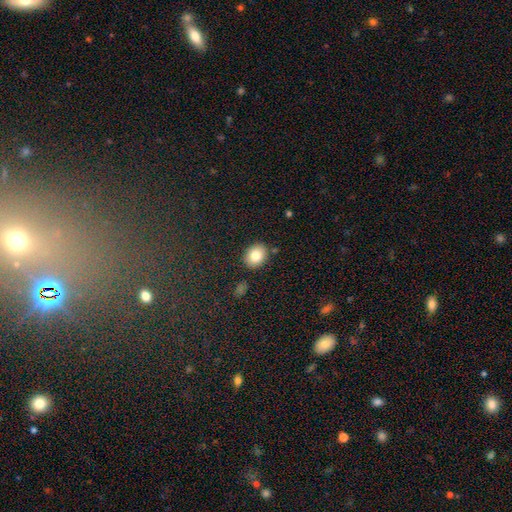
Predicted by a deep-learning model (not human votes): This appears to be a smooth galaxy with no disk features (82%) that is in between round and cigar-shaped (54%). Merging: none (86%).